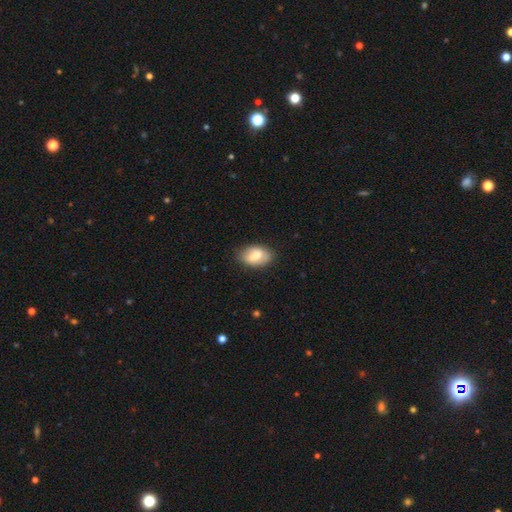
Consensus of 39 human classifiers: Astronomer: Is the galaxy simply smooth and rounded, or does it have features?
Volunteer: smooth — 74%.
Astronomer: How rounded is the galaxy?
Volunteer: in between — 83%.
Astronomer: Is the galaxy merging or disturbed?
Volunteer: none — 72%.